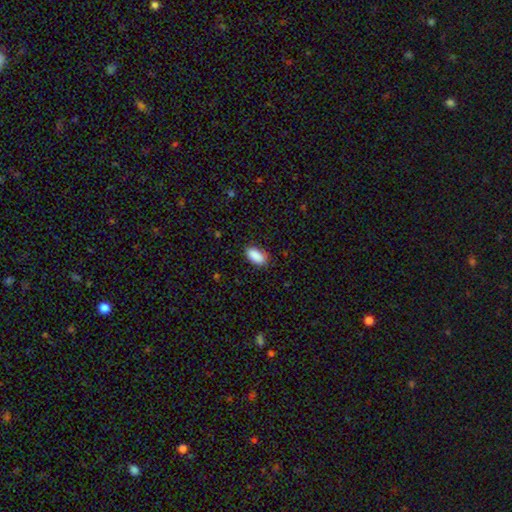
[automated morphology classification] A smooth galaxy with no disk features (90%) that is in between round and cigar-shaped (93%).

Vote fractions:
- Smooth or featured? smooth: 90% / star or artifact: 7% / featured or disk: 3%
- How rounded? in between: 93% / cigar-shaped: 4% / round: 3%
- Merging? none: 83% / minor disturbance: 13% / major disturbance: 3% / merger: 1%